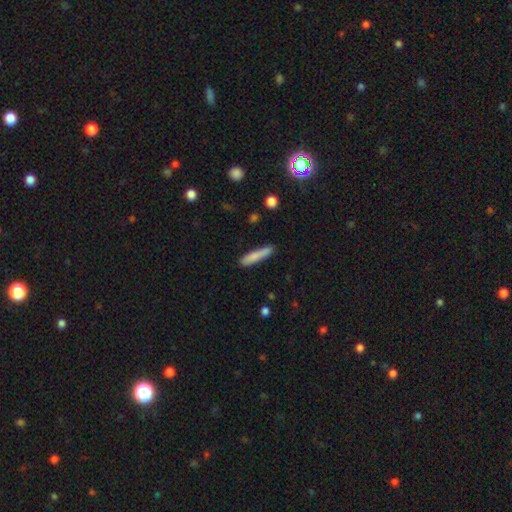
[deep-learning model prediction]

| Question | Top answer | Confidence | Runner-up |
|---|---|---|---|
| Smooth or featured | smooth | 79% | featured or disk (15%) |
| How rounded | cigar-shaped | 89% | in between (10%) |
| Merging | none | 82% | minor disturbance (14%) |